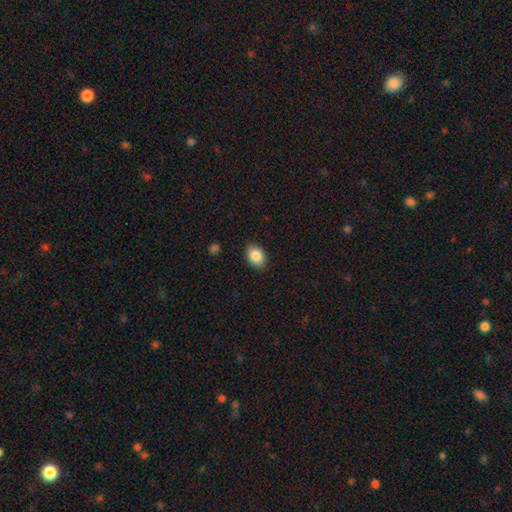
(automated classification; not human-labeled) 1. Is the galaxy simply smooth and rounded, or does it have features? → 86% smooth, 8% star or artifact, 6% featured or disk.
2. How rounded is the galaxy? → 78% in between, 21% round, 1% cigar-shaped.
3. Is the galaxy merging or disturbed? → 87% none, 10% minor disturbance, 2% major disturbance, 1% merger.